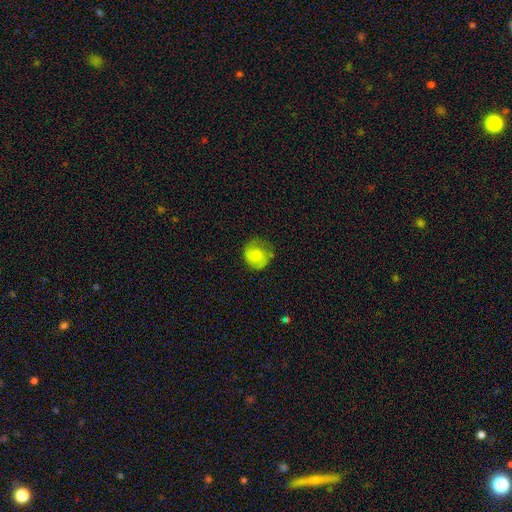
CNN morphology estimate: Smooth or featured? Predicted: smooth (p=0.71). How rounded? Predicted: round (p=0.82). Merging? Predicted: none (p=0.57).